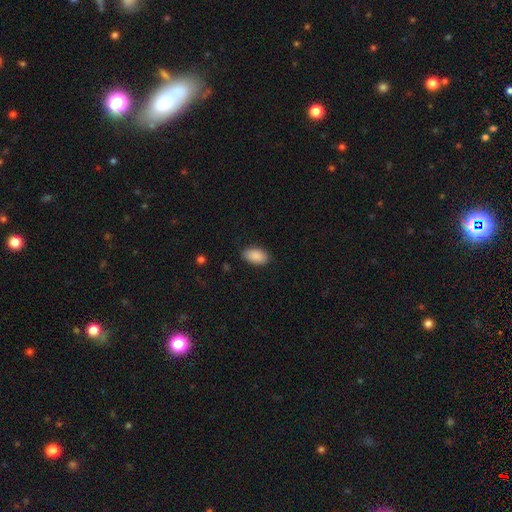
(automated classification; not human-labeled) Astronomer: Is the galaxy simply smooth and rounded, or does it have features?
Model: smooth — 90%.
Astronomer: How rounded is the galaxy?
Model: in between — 94%.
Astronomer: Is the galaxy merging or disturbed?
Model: none — 83%.